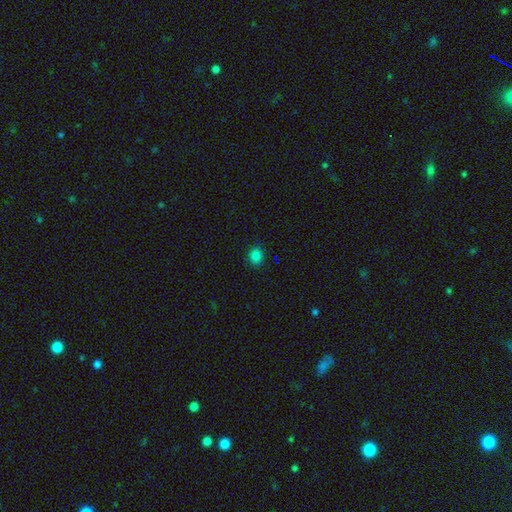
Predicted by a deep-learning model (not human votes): Overall: smooth (81%). How rounded: round (74%). Merging: none (90%).